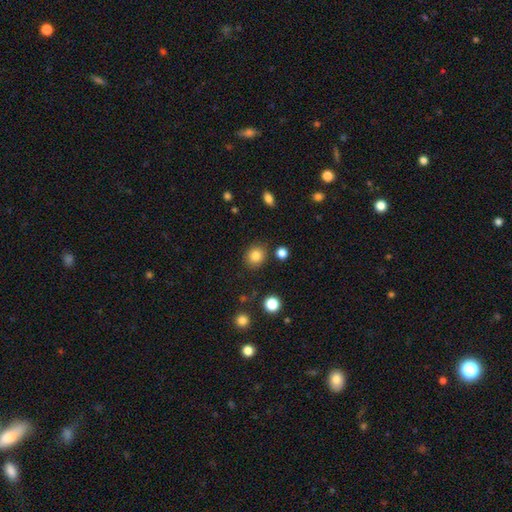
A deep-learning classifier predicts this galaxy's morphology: This is clearly a smooth galaxy (84%). How rounded: likely round (77%). Merging: clearly none (85%).